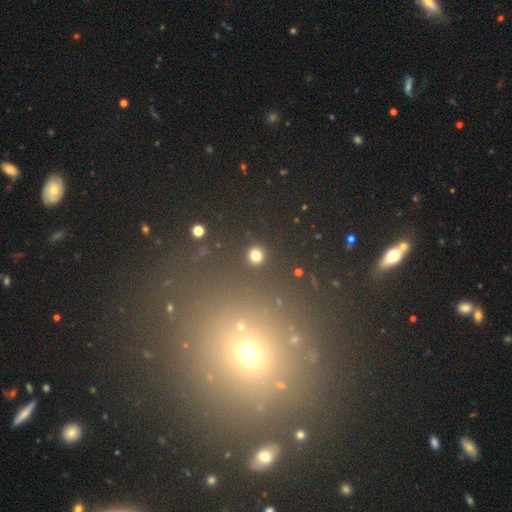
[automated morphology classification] smooth_or_featured: smooth (p=0.81) [alt: star or artifact p=0.15]
how_rounded: round (p=0.91) [alt: in between p=0.08]
merging: none (p=0.91) [alt: minor disturbance p=0.05]